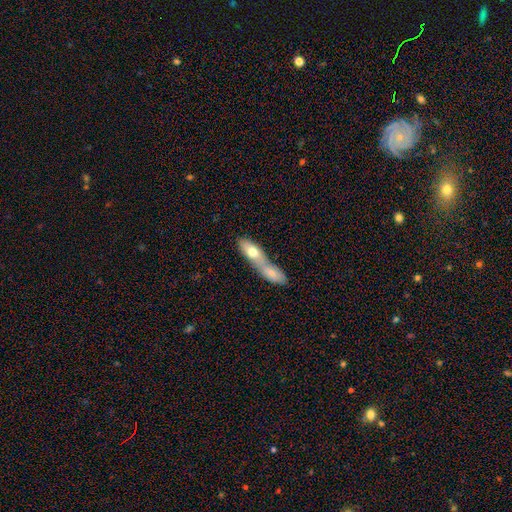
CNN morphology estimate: Q: Smooth or featured?
A: smooth (55%); runner-up: featured or disk (37%)
Q: How rounded?
A: cigar-shaped (52%); runner-up: in between (42%)
Q: Merging?
A: merger (72%); runner-up: none (18%)